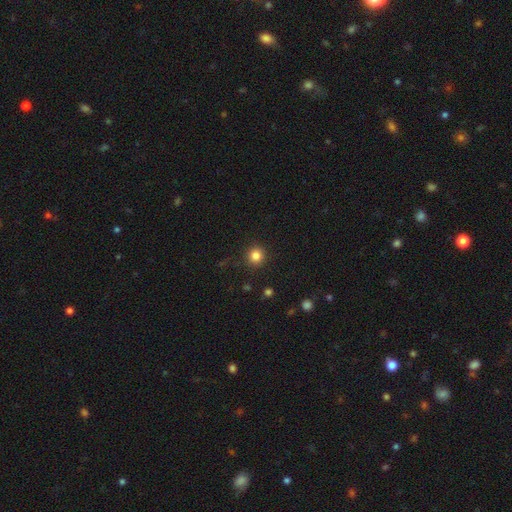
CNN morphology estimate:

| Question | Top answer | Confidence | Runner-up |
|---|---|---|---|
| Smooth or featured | smooth | 84% | star or artifact (12%) |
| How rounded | round | 94% | in between (5%) |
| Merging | none | 90% | minor disturbance (6%) |